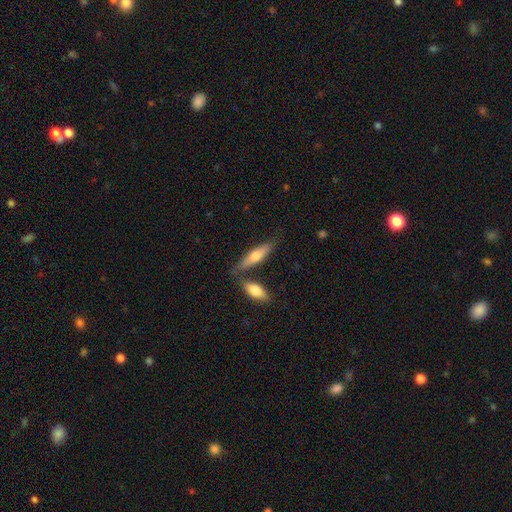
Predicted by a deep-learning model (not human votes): Overall: smooth (61%; featured or disk 34%). How rounded: cigar-shaped (63%; in between 35%). Merging: none (65%).